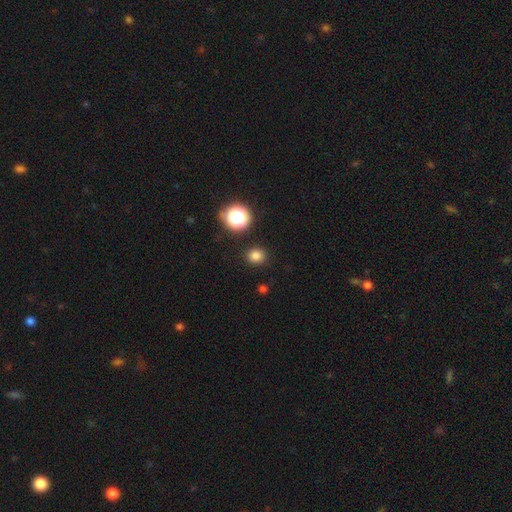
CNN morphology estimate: smooth-or-featured: smooth: 80% | star or artifact: 16% | featured or disk: 5%
  how-rounded: round: 80% | in between: 19% | cigar-shaped: 1%
  merging: none: 90% | minor disturbance: 6% | major disturbance: 2% | merger: 2%